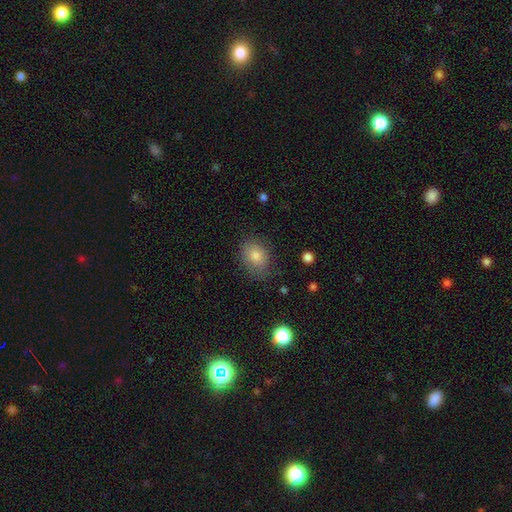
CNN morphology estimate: type=smooth (79%); roundness=in between (64%); merging=none (75%).